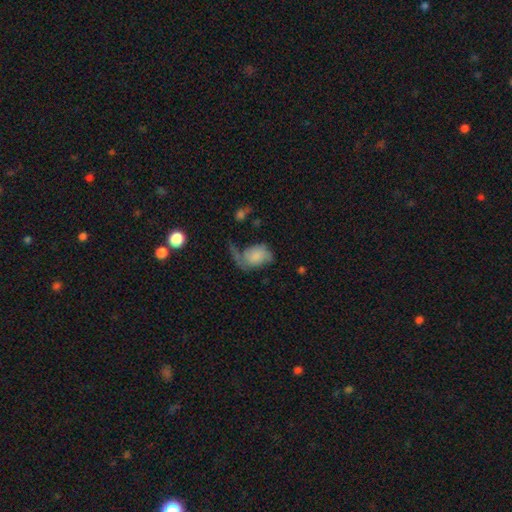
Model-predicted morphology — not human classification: This appears to be a smooth galaxy with no disk features (57%) that is in between round and cigar-shaped (79%). Merging: major disturbance (43%).